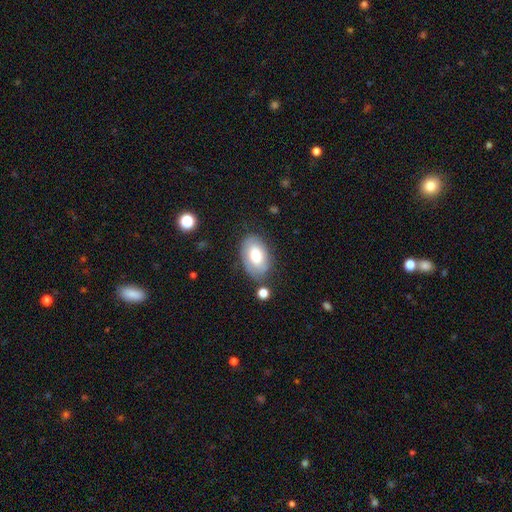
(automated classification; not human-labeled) Smooth or featured: smooth — 65% (featured or disk — 28%)
How rounded: in between — 91% (round — 8%)
Merging: none — 71% (minor disturbance — 18%)